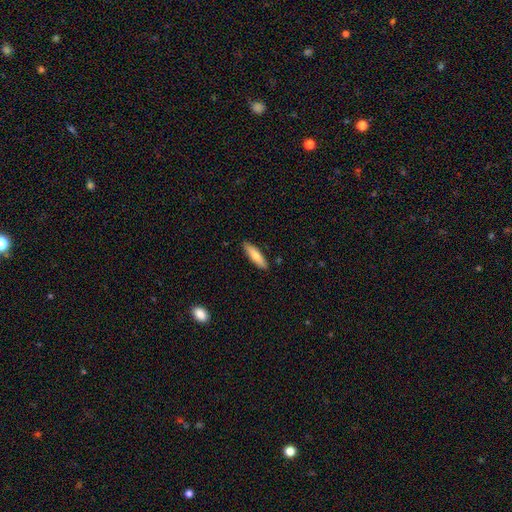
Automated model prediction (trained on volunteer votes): This appears to be a smooth galaxy with no disk features (74%) that is cigar-shaped (67%). Merging: none (88%).